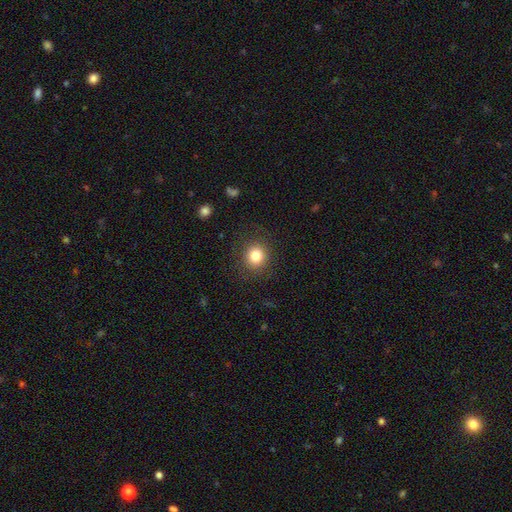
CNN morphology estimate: smooth-or-featured: smooth: 82% | star or artifact: 11% | featured or disk: 7%
  how-rounded: round: 87% | in between: 12% | cigar-shaped: 1%
  merging: none: 87% | minor disturbance: 8% | major disturbance: 4% | merger: 1%